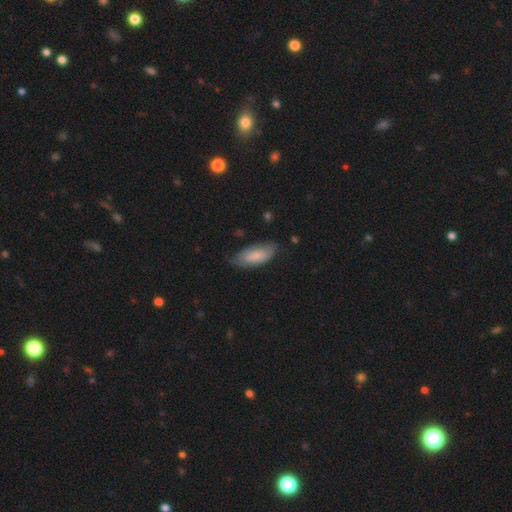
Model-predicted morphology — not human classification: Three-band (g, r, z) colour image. It shows a smooth galaxy with no disk features (69%) that is in between round and cigar-shaped (87%). Merging: none (59%).